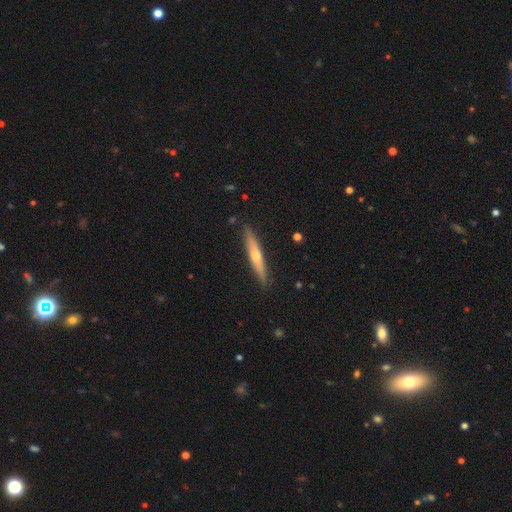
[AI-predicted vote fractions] Smooth or featured? featured or disk (61%)
Edge-on disk? yes (95%)
Edge-on bulge? rounded (85%)
Merging? none (90%)